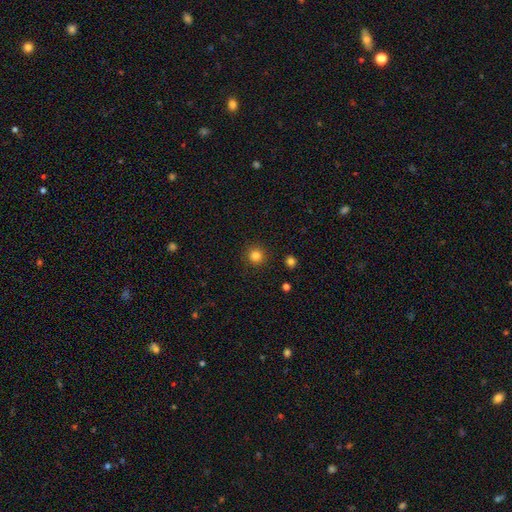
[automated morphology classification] smooth-or-featured: smooth: 82% | star or artifact: 13% | featured or disk: 5%
  how-rounded: round: 95% | in between: 4% | cigar-shaped: 1%
  merging: none: 92% | minor disturbance: 5% | major disturbance: 2% | merger: 1%